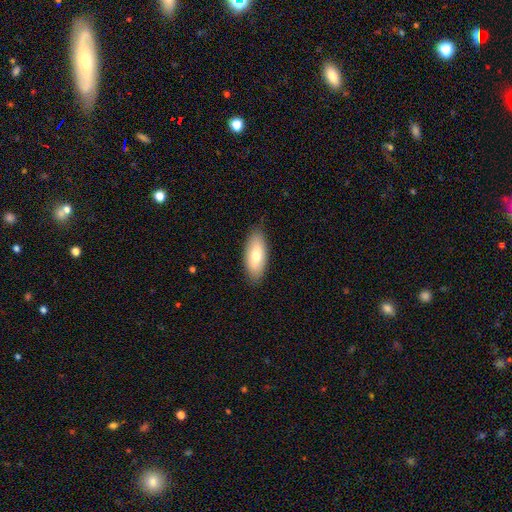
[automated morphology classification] smooth-or-featured: smooth: 71% | featured or disk: 22% | star or artifact: 6%
  how-rounded: in between: 83% | cigar-shaped: 15% | round: 2%
  merging: none: 83% | minor disturbance: 13% | major disturbance: 3% | merger: 1%